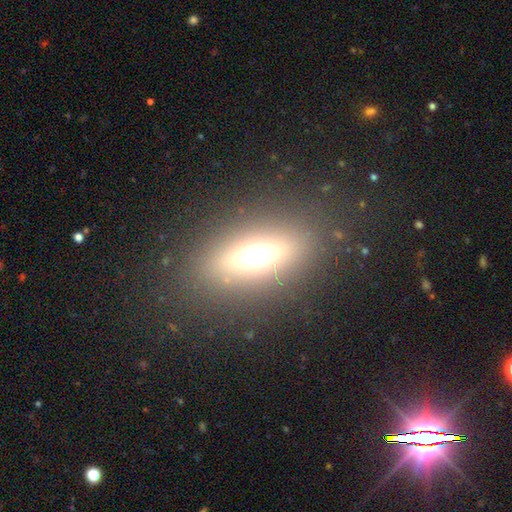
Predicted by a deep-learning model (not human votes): Smooth or featured? smooth (48%)
Merging? none (84%)